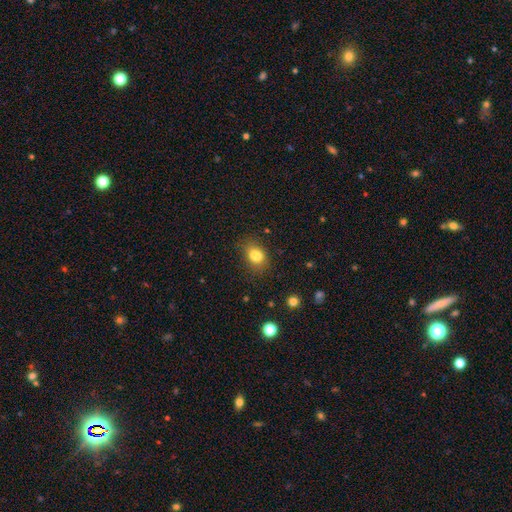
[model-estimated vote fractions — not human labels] A smooth galaxy with no disk features (82%) that is in between round and cigar-shaped (65%). Merging: none (73%).